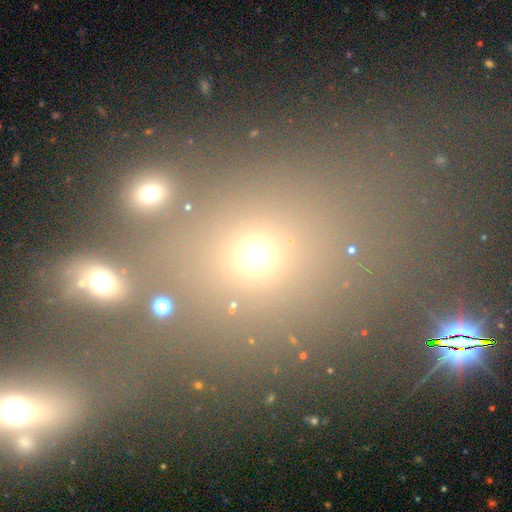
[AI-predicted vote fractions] The model was most divided on "smooth or featured": smooth: 64%, star or artifact: 26%, featured or disk: 10%. More confident: how rounded — round (68%); merging — none (62%).